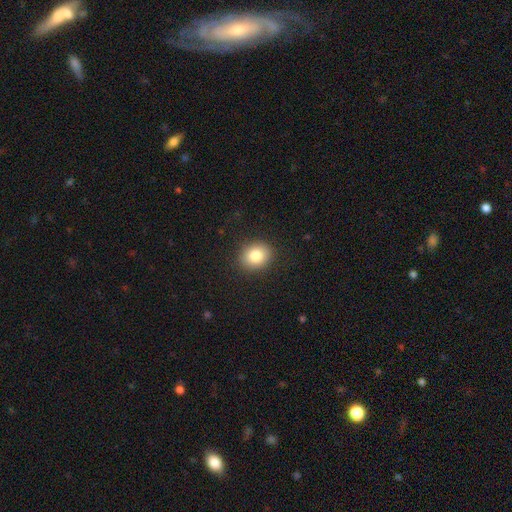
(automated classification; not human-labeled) smooth 82%, star or artifact 10%, featured or disk 8%. Down the decision tree: how rounded — round (63%); merging — none (89%).